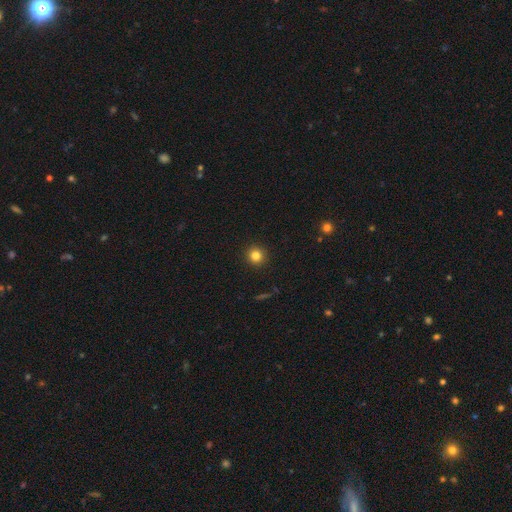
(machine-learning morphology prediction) The model was most divided on "smooth or featured": smooth: 82%, star or artifact: 12%, featured or disk: 6%. More confident: how rounded — round (94%); merging — none (93%).